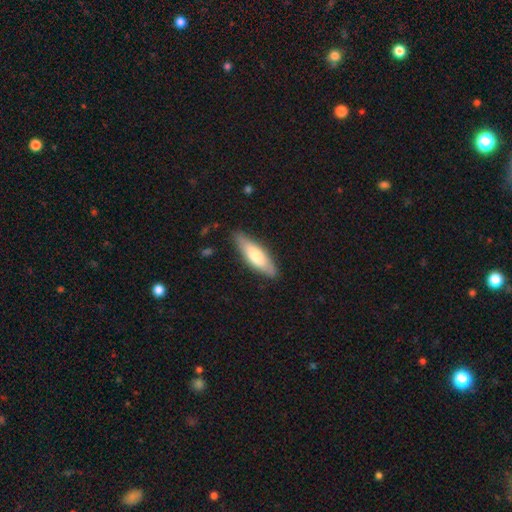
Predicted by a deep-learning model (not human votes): Morphology: type=smooth (67%); roundness=cigar-shaped (54%); merging=none (84%).